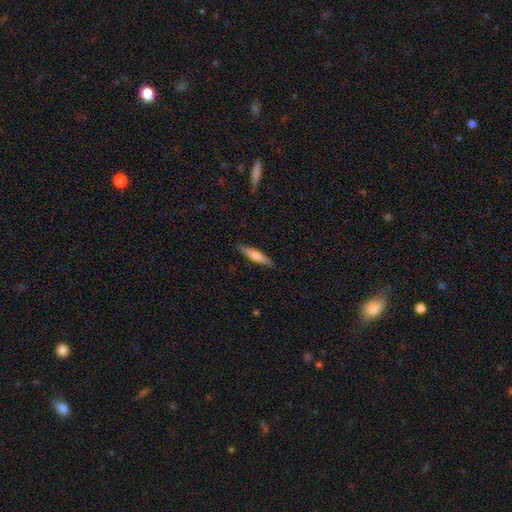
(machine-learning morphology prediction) Overall: smooth (65%; featured or disk 30%). How rounded: cigar-shaped (90%). Merging: none (88%).